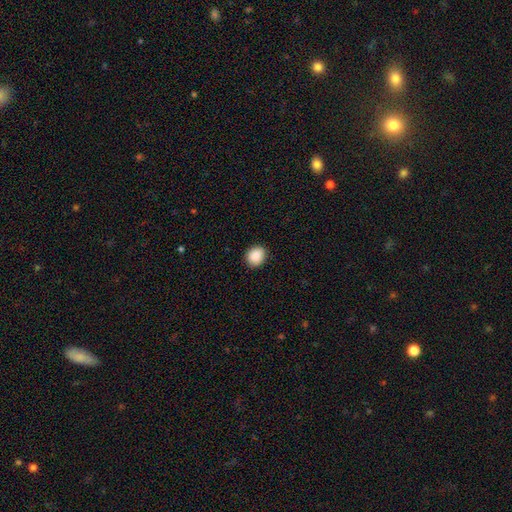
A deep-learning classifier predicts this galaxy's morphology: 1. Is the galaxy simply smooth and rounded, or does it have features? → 90% smooth, 8% star or artifact, 3% featured or disk.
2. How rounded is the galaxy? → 67% round, 32% in between, 1% cigar-shaped.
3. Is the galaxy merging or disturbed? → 89% none, 8% minor disturbance, 2% major disturbance, 1% merger.